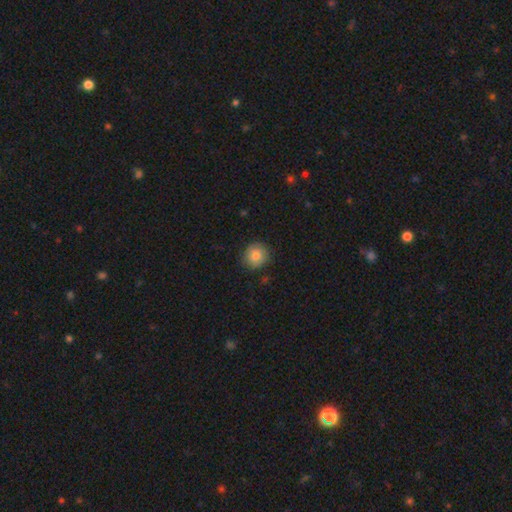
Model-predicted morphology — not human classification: type=smooth (83%); roundness=round (89%); merging=none (86%).